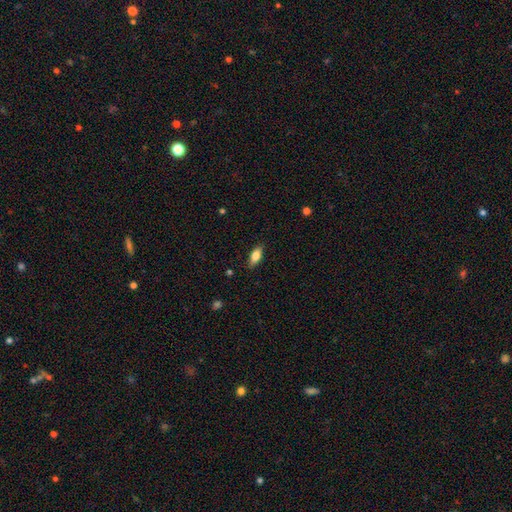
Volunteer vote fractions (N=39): smooth-or-featured: smooth: 74% | featured or disk: 21% | star or artifact: 5%
  how-rounded: in between: 72% | cigar-shaped: 24% | round: 3%
  merging: none: 89% | major disturbance: 8% | minor disturbance: 3% | merger: 0%